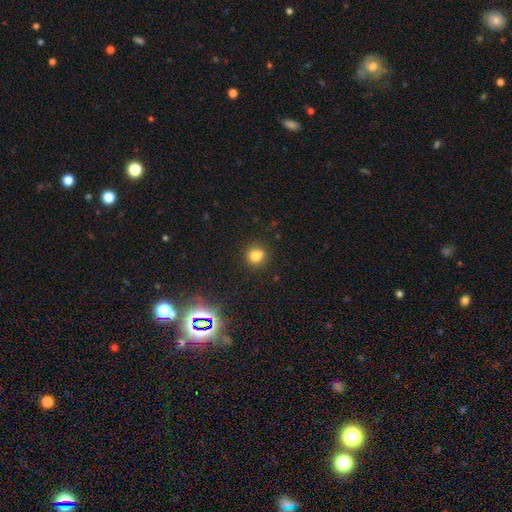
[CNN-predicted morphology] Smooth or featured? Predicted: smooth (p=0.77). How rounded? Predicted: round (p=0.86). Merging? Predicted: none (p=0.76).